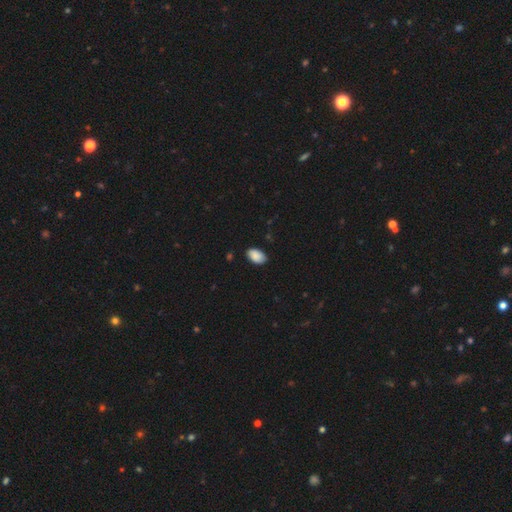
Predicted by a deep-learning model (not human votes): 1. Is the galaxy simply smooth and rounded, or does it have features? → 89% smooth, 7% star or artifact, 4% featured or disk.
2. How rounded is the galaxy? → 93% in between, 6% round, 1% cigar-shaped.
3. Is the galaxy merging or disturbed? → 83% none, 14% minor disturbance, 2% major disturbance, 1% merger.